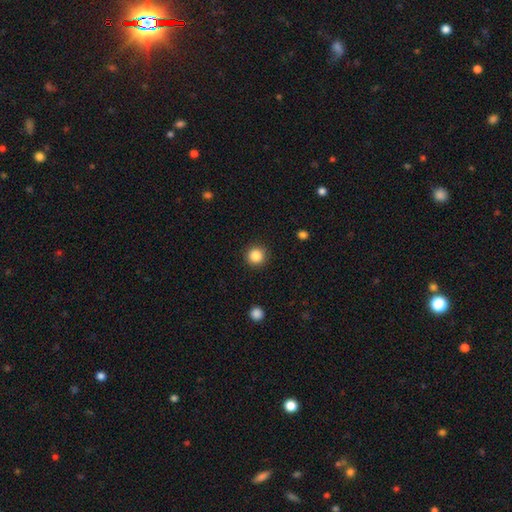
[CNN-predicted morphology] The model was most divided on "smooth or featured": smooth: 86%, star or artifact: 10%, featured or disk: 4%. More confident: how rounded — round (95%); merging — none (91%).